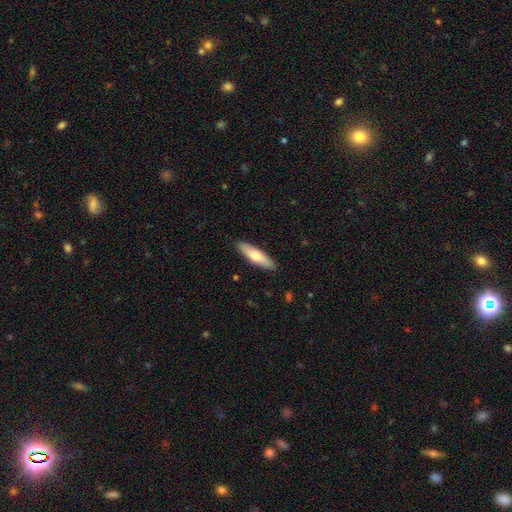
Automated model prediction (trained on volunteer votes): smooth_or_featured: smooth (p=0.70) [alt: featured or disk p=0.25]
how_rounded: cigar-shaped (p=0.61) [alt: in between p=0.37]
merging: none (p=0.89) [alt: minor disturbance p=0.08]